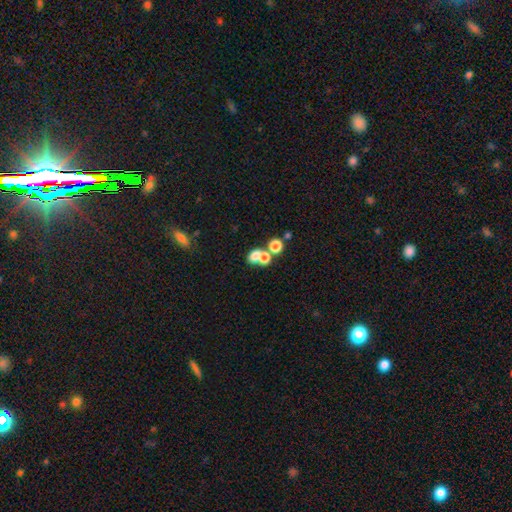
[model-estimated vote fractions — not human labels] A smooth galaxy with no disk features (69%) that is in between round and cigar-shaped (56%). Merging: merger (54%).